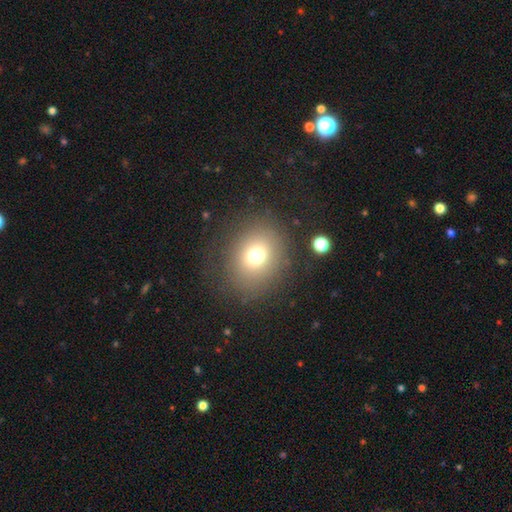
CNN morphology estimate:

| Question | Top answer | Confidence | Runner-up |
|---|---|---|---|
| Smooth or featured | smooth | 72% | star or artifact (16%) |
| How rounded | round | 67% | in between (32%) |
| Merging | none | 81% | minor disturbance (10%) |